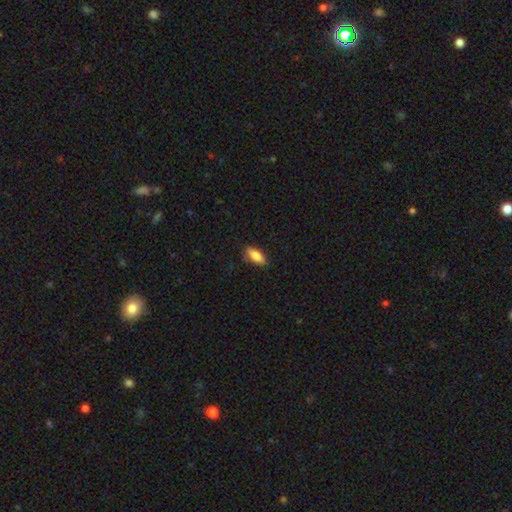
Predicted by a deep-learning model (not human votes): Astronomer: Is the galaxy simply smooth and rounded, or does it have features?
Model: smooth — 80%.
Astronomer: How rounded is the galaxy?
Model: in between — 76%.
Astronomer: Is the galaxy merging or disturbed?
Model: none — 83%.